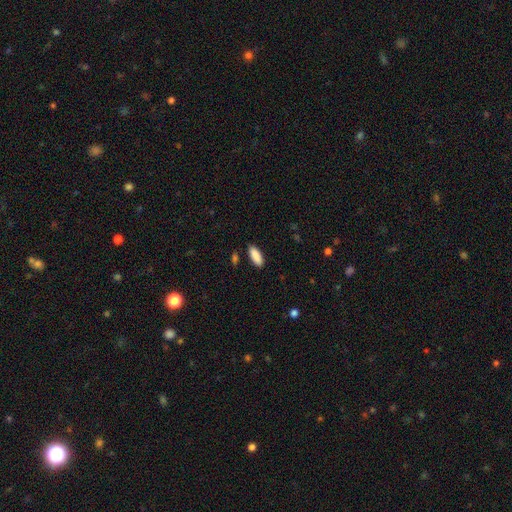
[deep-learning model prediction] Smooth or featured: smooth — 90% (star or artifact — 6%)
How rounded: in between — 75% (cigar-shaped — 23%)
Merging: none — 87% (minor disturbance — 9%)